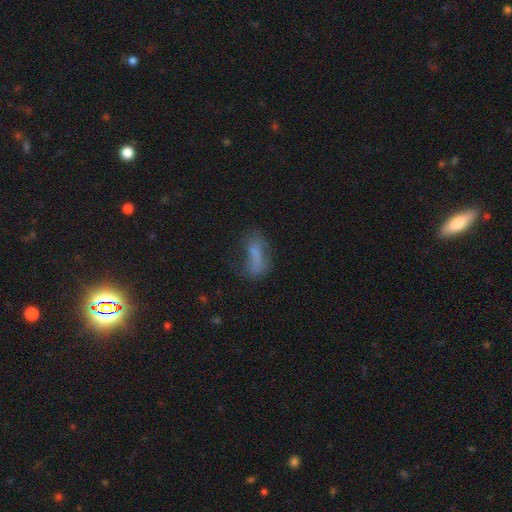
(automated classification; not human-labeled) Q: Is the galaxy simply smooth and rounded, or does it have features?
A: smooth — 58%.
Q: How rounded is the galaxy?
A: in between — 74%.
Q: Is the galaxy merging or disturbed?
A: none — 37%.